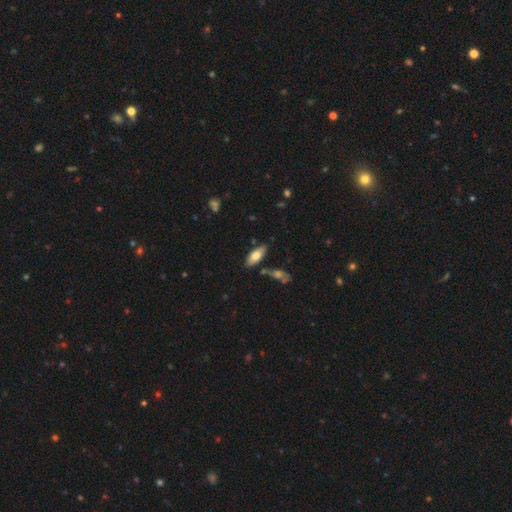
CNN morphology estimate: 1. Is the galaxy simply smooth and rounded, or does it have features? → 74% smooth, 20% featured or disk, 6% star or artifact.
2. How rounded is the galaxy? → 83% in between, 15% cigar-shaped, 2% round.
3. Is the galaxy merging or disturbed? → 79% none, 13% minor disturbance, 6% merger, 3% major disturbance.